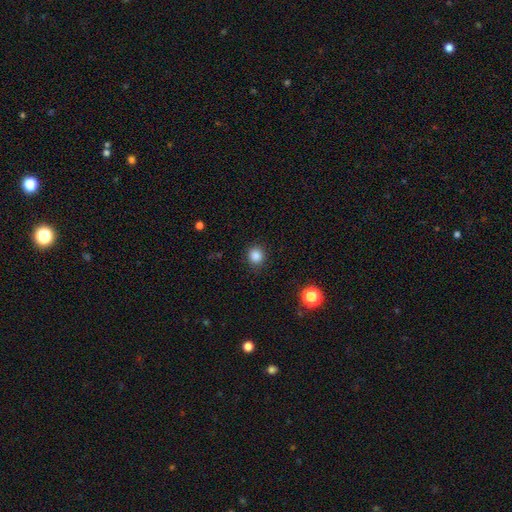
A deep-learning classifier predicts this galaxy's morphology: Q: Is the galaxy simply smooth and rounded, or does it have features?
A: smooth — 85%.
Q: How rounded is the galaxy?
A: round — 91%.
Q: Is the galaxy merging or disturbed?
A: none — 89%.